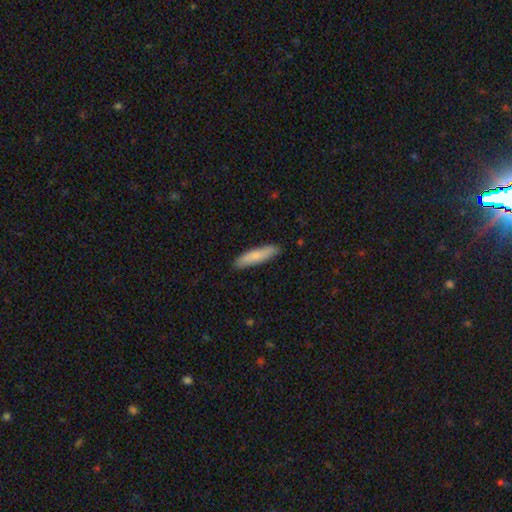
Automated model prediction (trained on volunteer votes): A smooth galaxy with no disk features (81%) that is cigar-shaped (81%). Merging: none (88%).